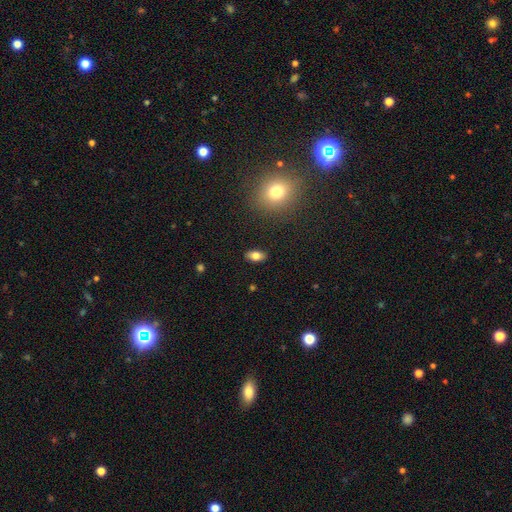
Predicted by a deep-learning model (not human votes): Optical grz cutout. It shows a smooth galaxy with no disk features (76%) that is in between round and cigar-shaped (88%). Merging: none (88%).